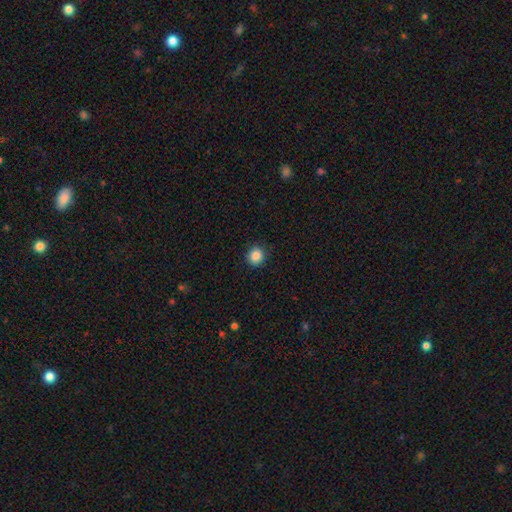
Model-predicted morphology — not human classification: smooth 87%, star or artifact 10%, featured or disk 3%. Down the decision tree: how rounded — round (86%); merging — none (89%).